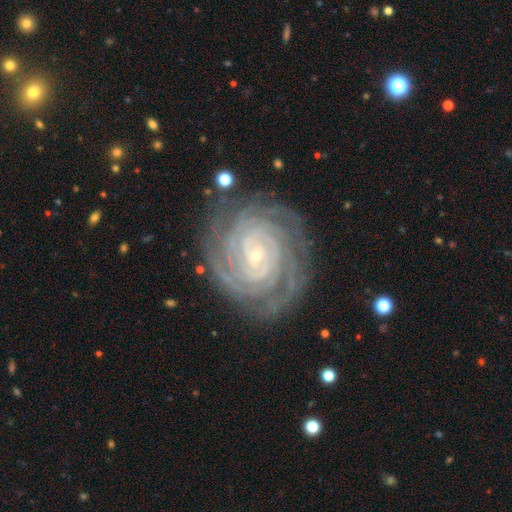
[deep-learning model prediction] Smooth or featured: featured or disk — 91% (star or artifact — 5%)
Edge-on disk: no — 97% (yes — 3%)
Bar: no — 64% (weak — 24%)
Spiral arms: yes — 98% (no — 2%)
Spiral winding: tight — 87% (medium — 11%)
Spiral arm count: 4 — 26% (can't tell — 18%)
Bulge size: small — 86% (moderate — 11%)
Merging: none — 81% (minor disturbance — 13%)